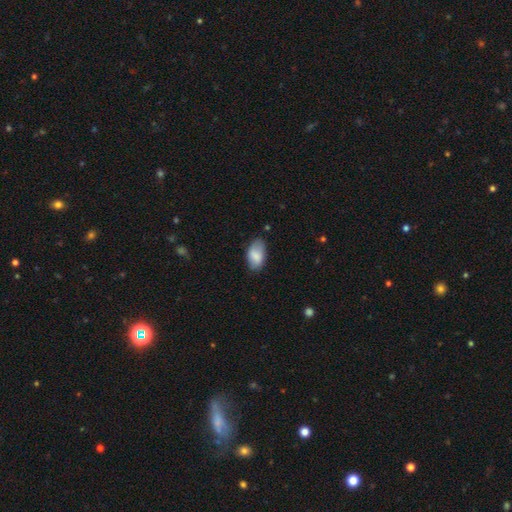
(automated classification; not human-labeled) This appears to be a smooth galaxy with no disk features (82%) that is in between round and cigar-shaped (93%). Merging: none (70%).